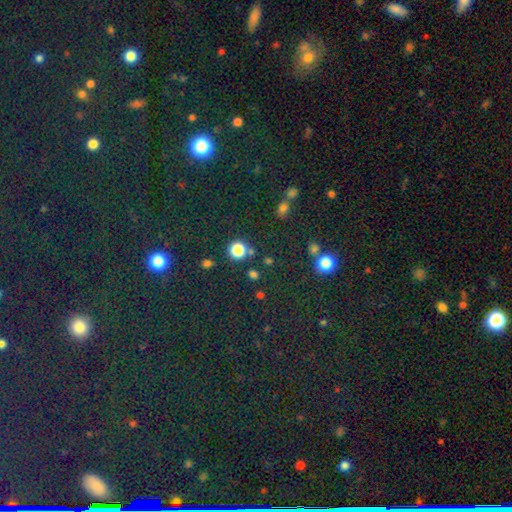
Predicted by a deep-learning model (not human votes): Q: Smooth or featured?
A: star or artifact (74%); runner-up: smooth (17%)